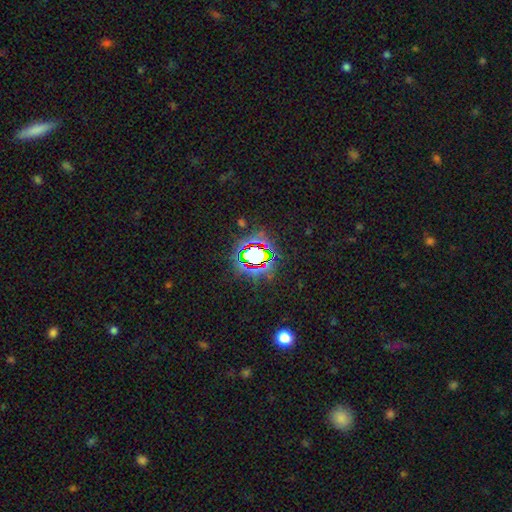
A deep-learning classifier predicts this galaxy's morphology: smooth-or-featured: star or artifact: 71% | smooth: 17% | featured or disk: 11%